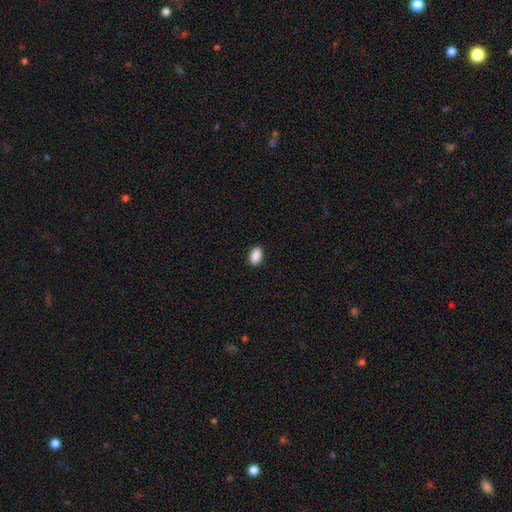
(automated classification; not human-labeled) A smooth galaxy with no disk features (90%) that is in between round and cigar-shaped (92%).

Vote fractions:
- Smooth or featured? smooth: 90% / star or artifact: 7% / featured or disk: 2%
- How rounded? in between: 92% / round: 6% / cigar-shaped: 2%
- Merging? none: 89% / minor disturbance: 8% / major disturbance: 2% / merger: 1%